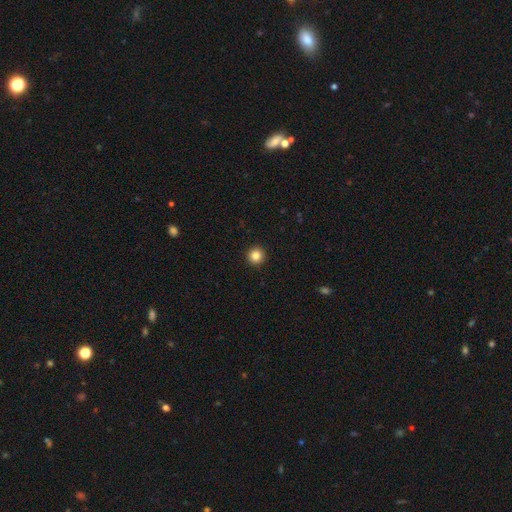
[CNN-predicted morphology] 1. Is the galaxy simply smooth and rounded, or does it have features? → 85% smooth, 11% star or artifact, 5% featured or disk.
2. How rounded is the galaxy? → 96% round, 3% in between, 1% cigar-shaped.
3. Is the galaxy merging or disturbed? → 94% none, 4% minor disturbance, 1% major disturbance, 1% merger.